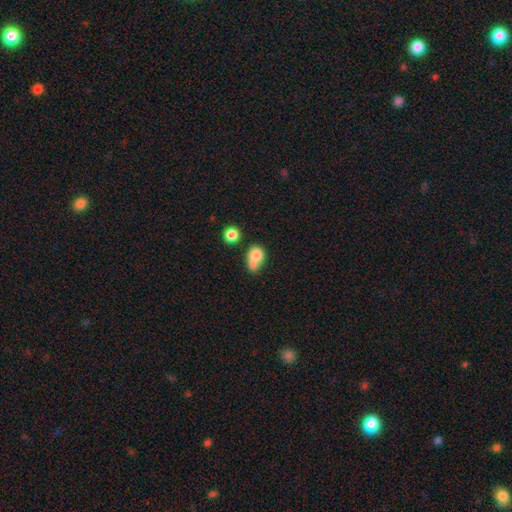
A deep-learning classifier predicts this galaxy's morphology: smooth-or-featured: smooth: 75% | featured or disk: 15% | star or artifact: 10%
  how-rounded: in between: 62% | round: 35% | cigar-shaped: 2%
  merging: merger: 37% | none: 28% | minor disturbance: 20% | major disturbance: 15%